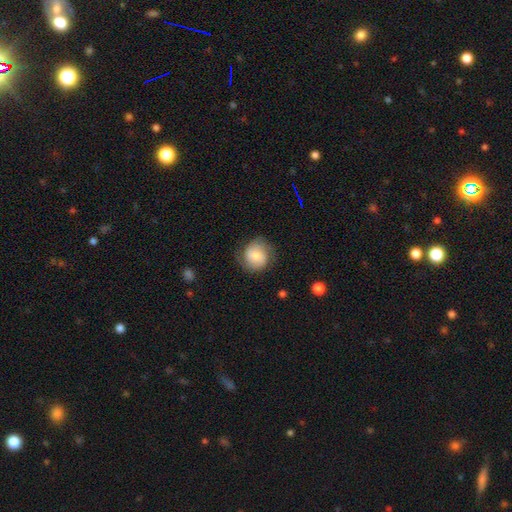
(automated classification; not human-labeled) Smooth or featured?
  - smooth: 56% *
  - featured or disk: 36%
  - star or artifact: 8%
How rounded?
  - round: 83% *
  - in between: 16%
  - cigar-shaped: 1%
Merging?
  - none: 71% *
  - minor disturbance: 21%
  - major disturbance: 7%
  - merger: 1%